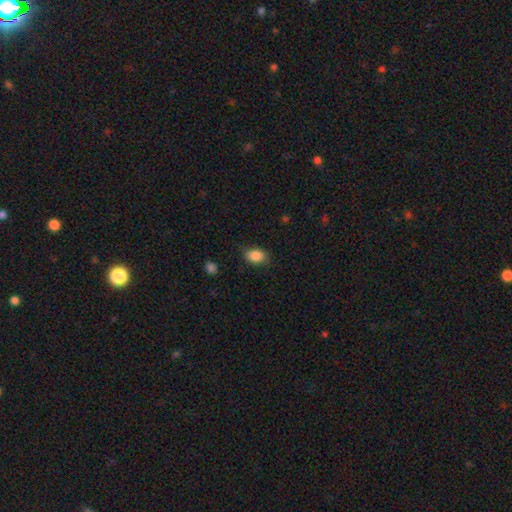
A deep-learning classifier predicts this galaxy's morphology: smooth_or_featured: smooth (p=0.87) [alt: star or artifact p=0.08]
how_rounded: in between (p=0.79) [alt: round p=0.20]
merging: none (p=0.82) [alt: minor disturbance p=0.14]